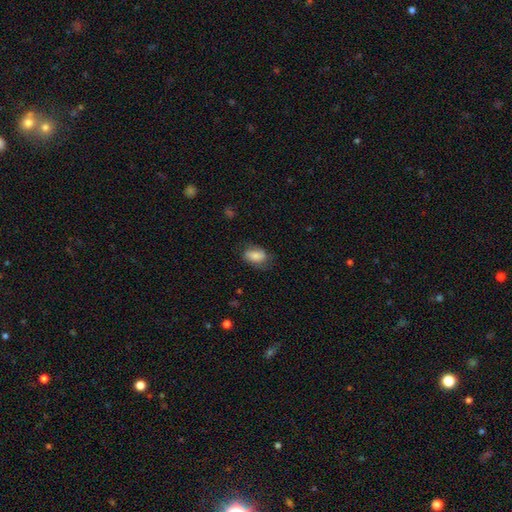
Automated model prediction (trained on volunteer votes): Morphology: type=smooth (75%); roundness=in between (87%); merging=none (67%).